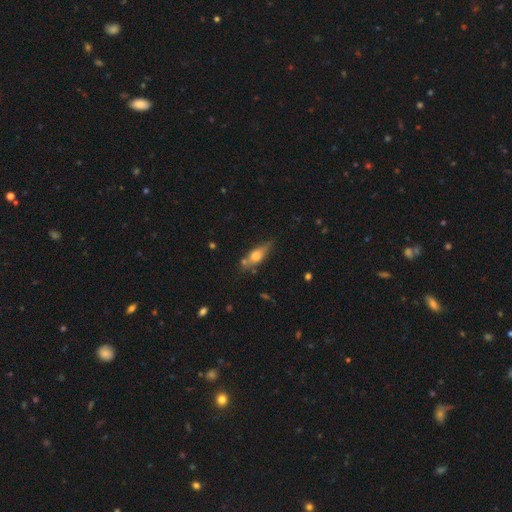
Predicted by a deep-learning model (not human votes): smooth_or_featured: smooth (p=0.49) [alt: featured or disk p=0.44]
merging: none (p=0.65) [alt: minor disturbance p=0.22]